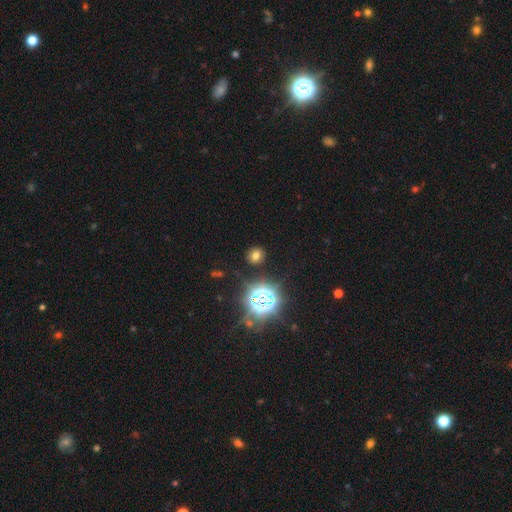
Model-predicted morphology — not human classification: Smooth or featured? Predicted: smooth (p=0.66). How rounded? Predicted: round (p=0.79). Merging? Predicted: none (p=0.87).